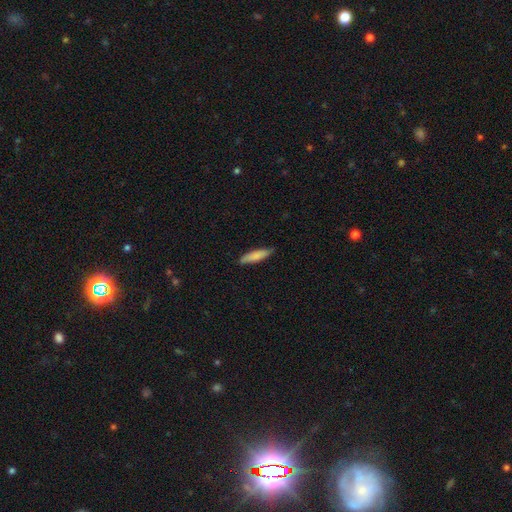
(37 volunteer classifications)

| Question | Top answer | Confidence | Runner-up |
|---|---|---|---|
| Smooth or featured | smooth | 86% | featured or disk (8%) |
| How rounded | cigar-shaped | 84% | in between (16%) |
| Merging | none | 86% | minor disturbance (11%) |